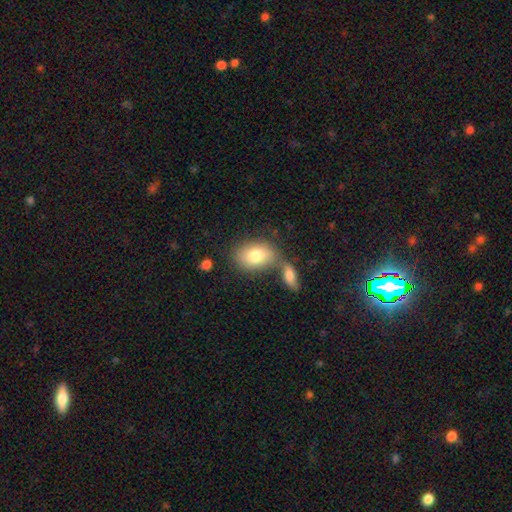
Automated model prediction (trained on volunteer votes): Q: Smooth or featured?
A: smooth (78%); runner-up: featured or disk (14%)
Q: How rounded?
A: in between (80%); runner-up: round (18%)
Q: Merging?
A: none (54%); runner-up: merger (28%)